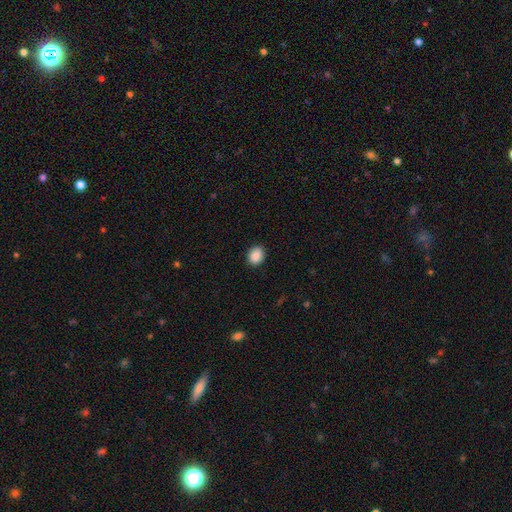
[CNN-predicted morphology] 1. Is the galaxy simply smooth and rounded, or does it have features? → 89% smooth, 8% star or artifact, 3% featured or disk.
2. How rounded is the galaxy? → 50% in between, 49% round, 1% cigar-shaped.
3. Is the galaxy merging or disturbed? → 90% none, 7% minor disturbance, 2% major disturbance, 1% merger.